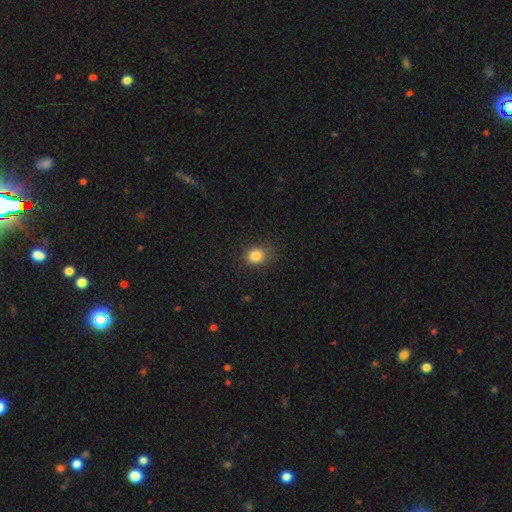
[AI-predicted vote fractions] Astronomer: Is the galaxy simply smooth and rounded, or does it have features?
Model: smooth — 83%.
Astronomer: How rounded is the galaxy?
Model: round — 54% (runner-up: in between, 45%).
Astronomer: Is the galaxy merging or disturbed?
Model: none — 78%.